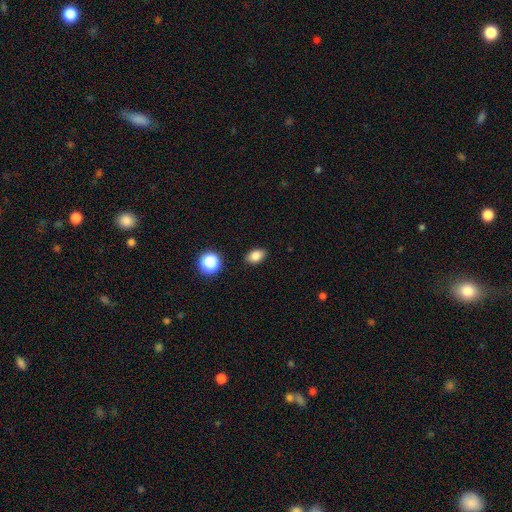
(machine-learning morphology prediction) Smooth or featured? Predicted: smooth (p=0.83). How rounded? Predicted: in between (p=0.82). Merging? Predicted: none (p=0.88).